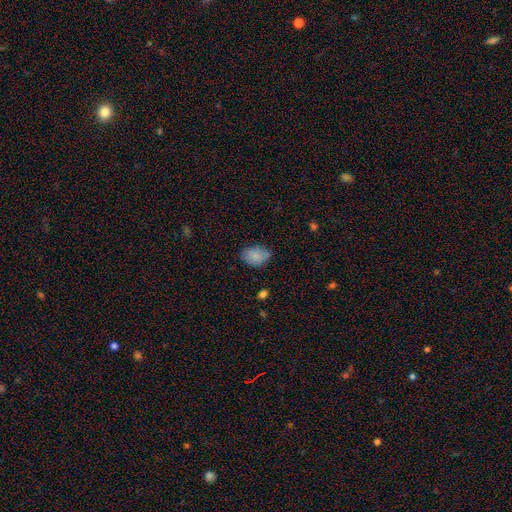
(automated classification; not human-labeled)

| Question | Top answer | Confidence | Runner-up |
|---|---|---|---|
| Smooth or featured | smooth | 84% | featured or disk (9%) |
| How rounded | in between | 82% | round (17%) |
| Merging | none | 72% | minor disturbance (23%) |